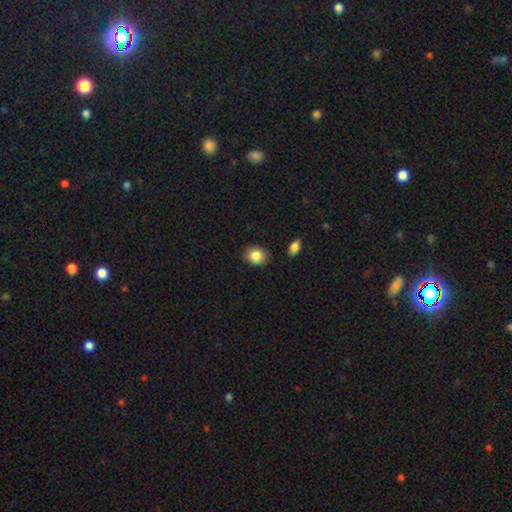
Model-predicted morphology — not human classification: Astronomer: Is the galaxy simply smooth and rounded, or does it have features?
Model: smooth — 86%.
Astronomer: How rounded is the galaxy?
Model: in between — 52% (runner-up: round, 47%).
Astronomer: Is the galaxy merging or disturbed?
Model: none — 85%.